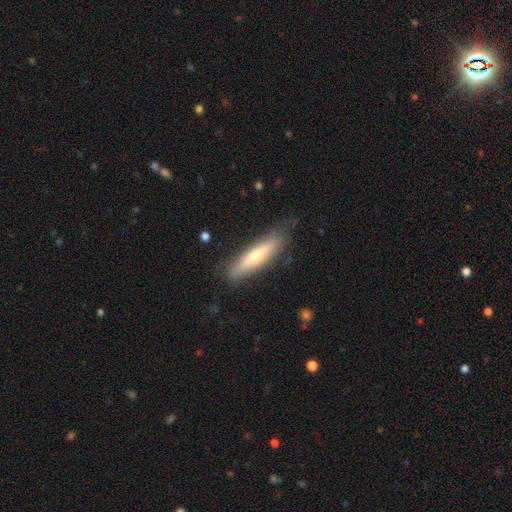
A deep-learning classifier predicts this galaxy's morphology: Smooth or featured?
  - smooth: 59% *
  - featured or disk: 35%
  - star or artifact: 6%
How rounded?
  - cigar-shaped: 79% *
  - in between: 19%
  - round: 1%
Merging?
  - none: 81% *
  - minor disturbance: 14%
  - major disturbance: 3%
  - merger: 1%